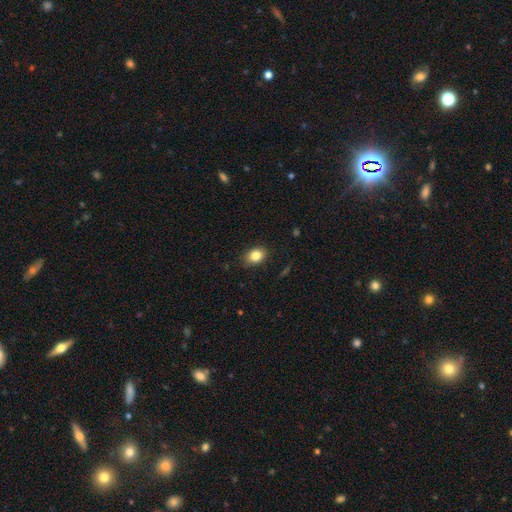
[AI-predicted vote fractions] Smooth or featured? smooth (85%)
How rounded? in between (62%)
Merging? none (86%)